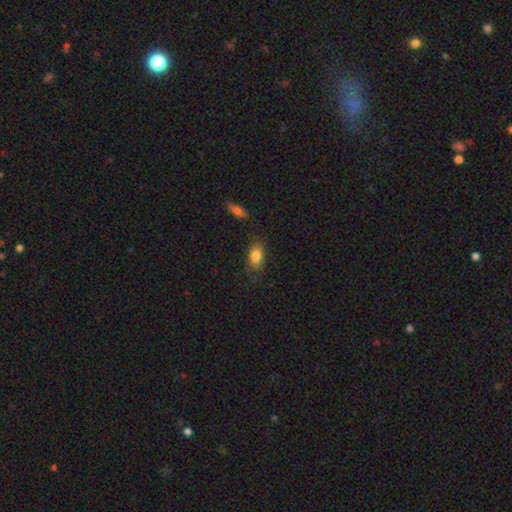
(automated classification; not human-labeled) A smooth galaxy with no disk features (80%) that is in between round and cigar-shaped (87%). Merging: none (73%).